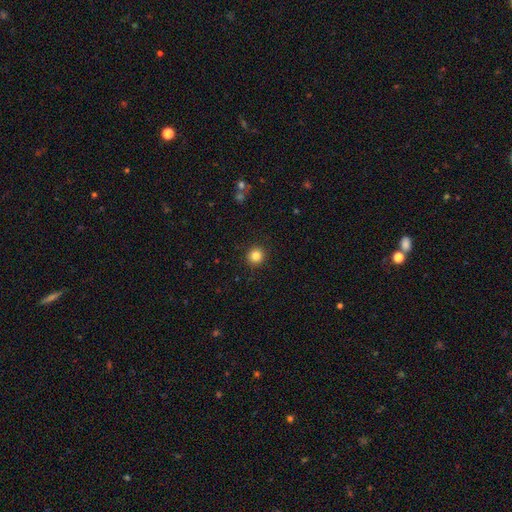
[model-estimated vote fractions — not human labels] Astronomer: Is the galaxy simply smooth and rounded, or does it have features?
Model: smooth — 84%.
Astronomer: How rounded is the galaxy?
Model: round — 94%.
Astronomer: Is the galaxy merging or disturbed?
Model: none — 92%.